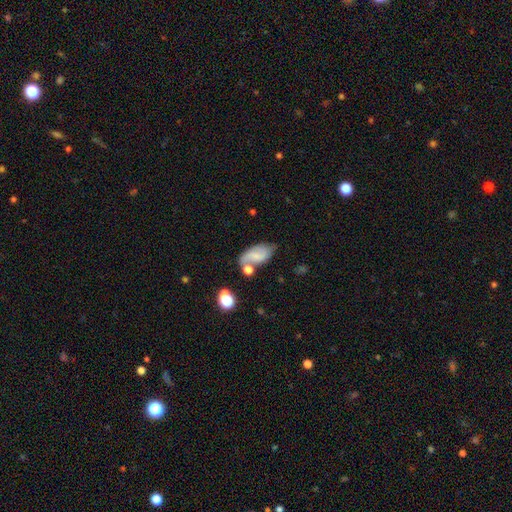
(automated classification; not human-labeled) This appears to be a featured or disk galaxy (47%). Merging: none (46%).